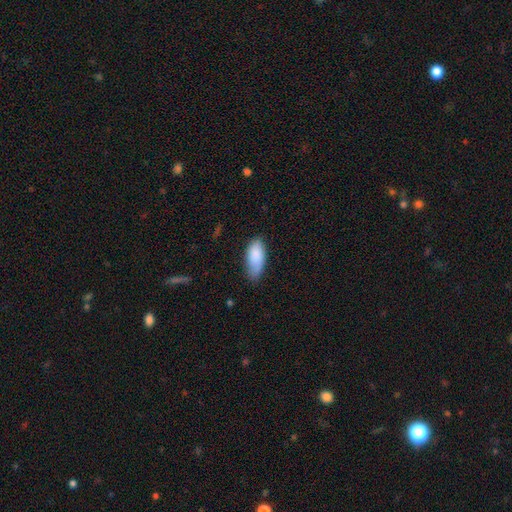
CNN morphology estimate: smooth 86%, featured or disk 8%, star or artifact 6%. Down the decision tree: how rounded — in between (87%); merging — none (60%).